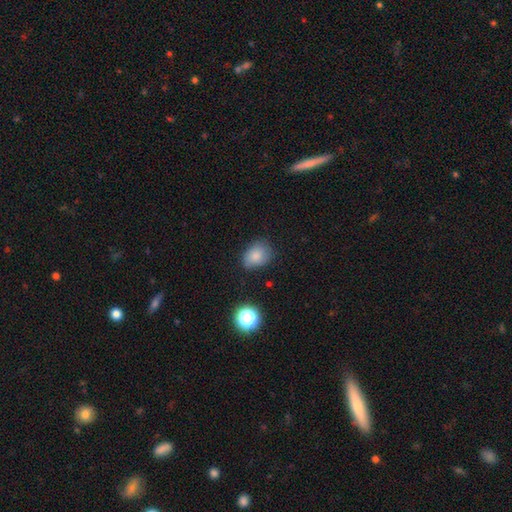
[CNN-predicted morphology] Smooth or featured? smooth (83%)
How rounded? in between (66%)
Merging? none (71%)